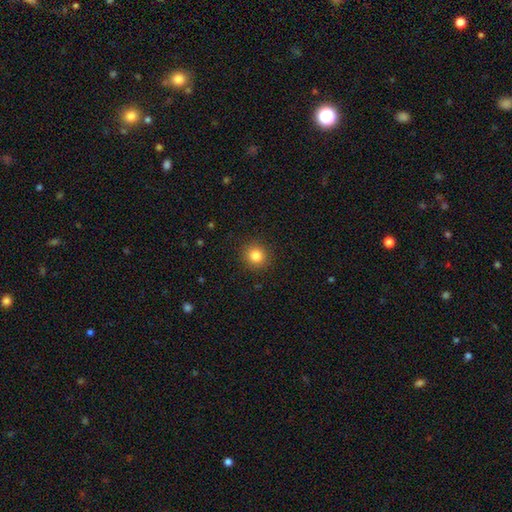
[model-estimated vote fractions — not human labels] smooth-or-featured: smooth: 83% | star or artifact: 11% | featured or disk: 6%
  how-rounded: round: 91% | in between: 8% | cigar-shaped: 1%
  merging: none: 91% | minor disturbance: 6% | major disturbance: 2% | merger: 1%